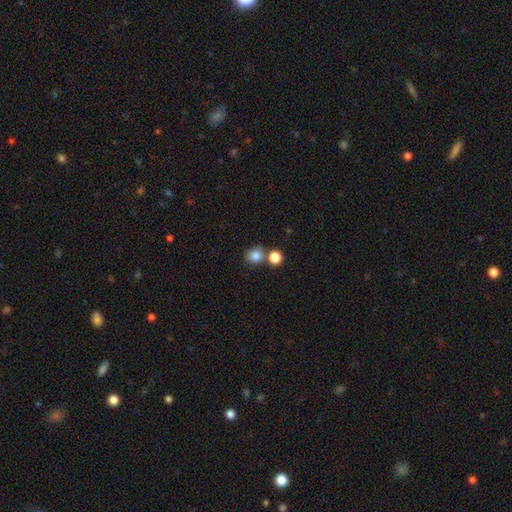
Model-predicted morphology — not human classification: The model was most divided on "merging": none: 63%, merger: 25%, minor disturbance: 9%, major disturbance: 3%. More confident: smooth or featured — smooth (83%); how rounded — round (81%).